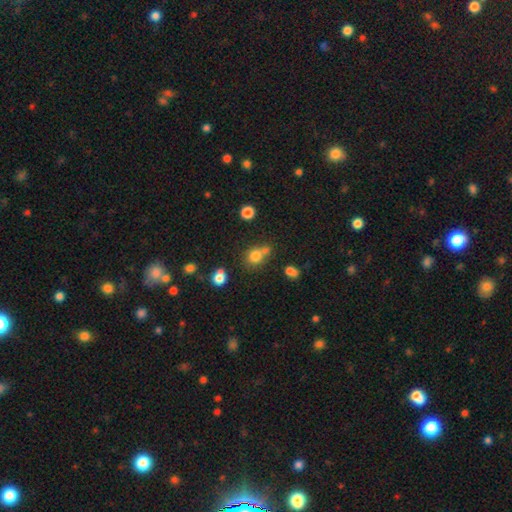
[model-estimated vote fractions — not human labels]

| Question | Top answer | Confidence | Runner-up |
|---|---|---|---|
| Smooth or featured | smooth | 77% | star or artifact (15%) |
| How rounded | round | 80% | in between (19%) |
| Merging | none | 52% | merger (33%) |